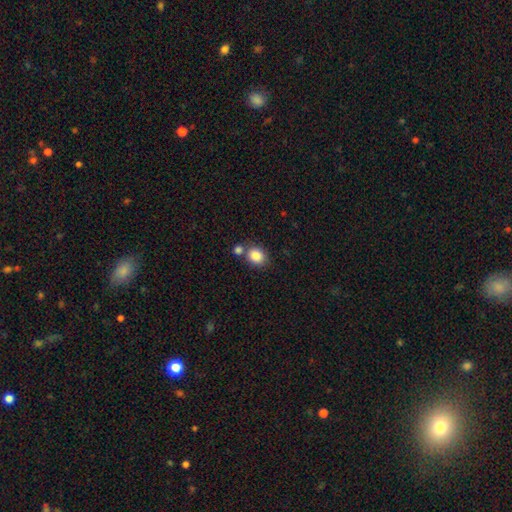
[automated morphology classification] Smooth or featured: smooth — 85% (star or artifact — 9%)
How rounded: round — 63% (in between — 36%)
Merging: none — 61% (merger — 25%)